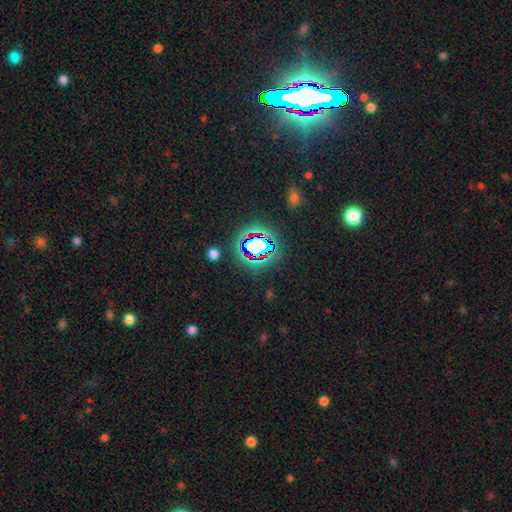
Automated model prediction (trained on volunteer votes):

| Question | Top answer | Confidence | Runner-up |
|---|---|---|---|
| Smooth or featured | star or artifact | 82% | smooth (10%) |